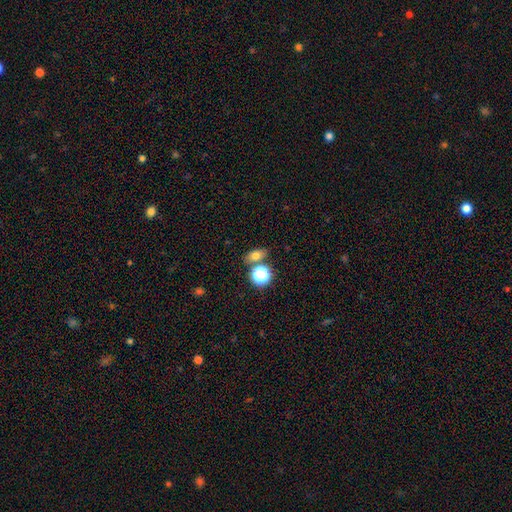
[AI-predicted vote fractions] The model was most divided on "how rounded": in between: 68%, round: 28%, cigar-shaped: 4%. More confident: merging — none (72%); smooth or featured — smooth (70%).